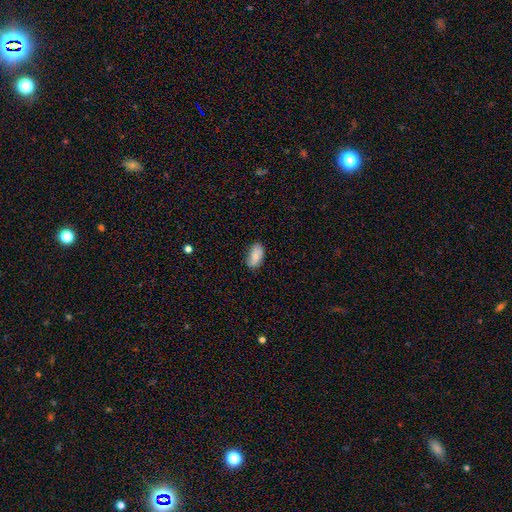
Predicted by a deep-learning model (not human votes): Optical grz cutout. It shows a smooth galaxy with no disk features (80%) that is in between round and cigar-shaped (93%). Merging: none (73%).